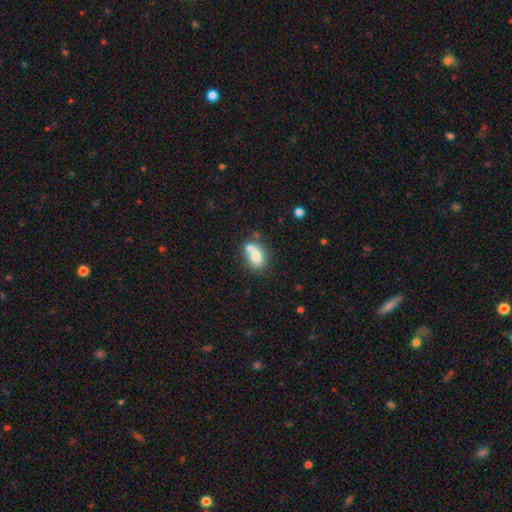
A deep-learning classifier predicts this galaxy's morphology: smooth 77%, featured or disk 14%, star or artifact 9%. Down the decision tree: how rounded — in between (69%); merging — none (47%).